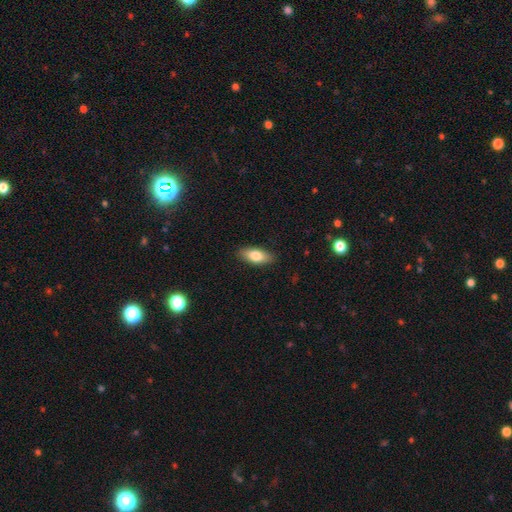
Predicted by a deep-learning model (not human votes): Smooth or featured? smooth (79%)
How rounded? in between (81%)
Merging? none (88%)